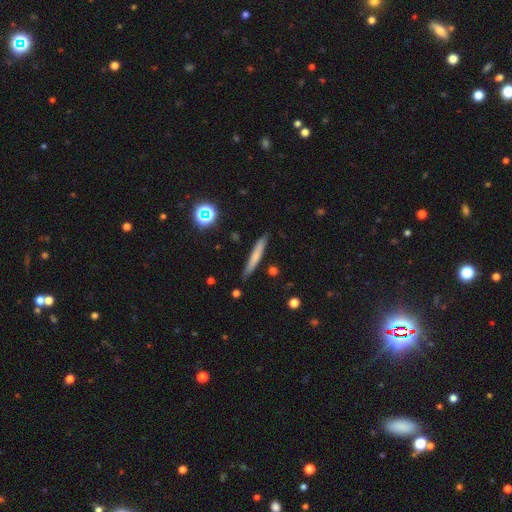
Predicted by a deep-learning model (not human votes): Smooth or featured? Predicted: smooth (p=0.63). How rounded? Predicted: cigar-shaped (p=0.94). Merging? Predicted: none (p=0.85).